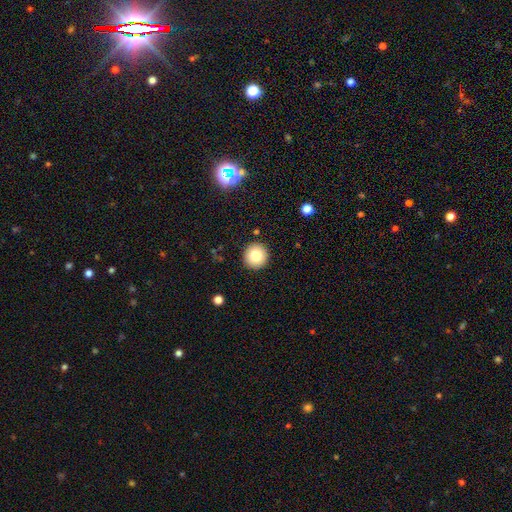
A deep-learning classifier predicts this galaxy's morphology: This appears to be a smooth galaxy with no disk features (80%) that is round (95%). Merging: none (92%).